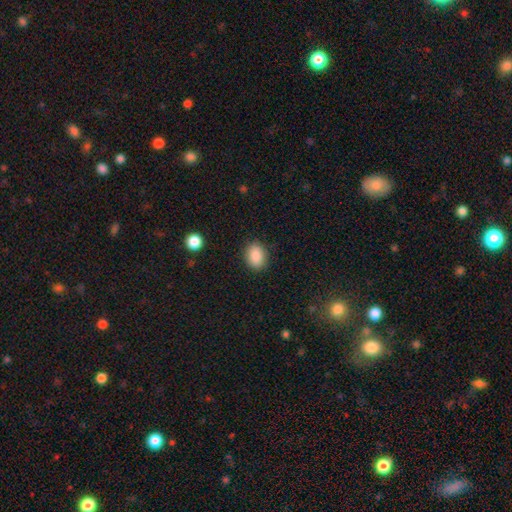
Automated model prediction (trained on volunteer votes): smooth-or-featured: smooth: 88% | star or artifact: 8% | featured or disk: 4%
  how-rounded: in between: 74% | round: 25% | cigar-shaped: 1%
  merging: none: 87% | minor disturbance: 9% | major disturbance: 3% | merger: 1%